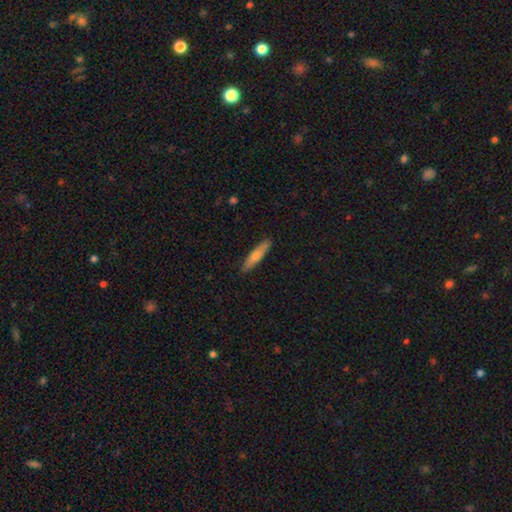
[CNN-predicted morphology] smooth 64%, featured or disk 31%, star or artifact 6%. Down the decision tree: how rounded — cigar-shaped (84%); merging — none (90%).